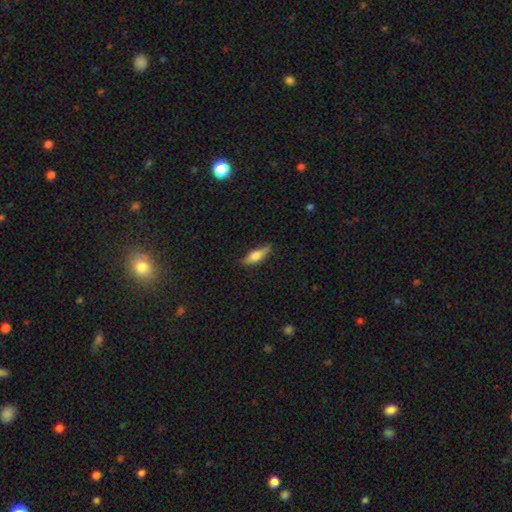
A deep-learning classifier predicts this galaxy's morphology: This is possibly a smooth galaxy (56%). How rounded: possibly in between (53%). Merging: clearly none (80%).